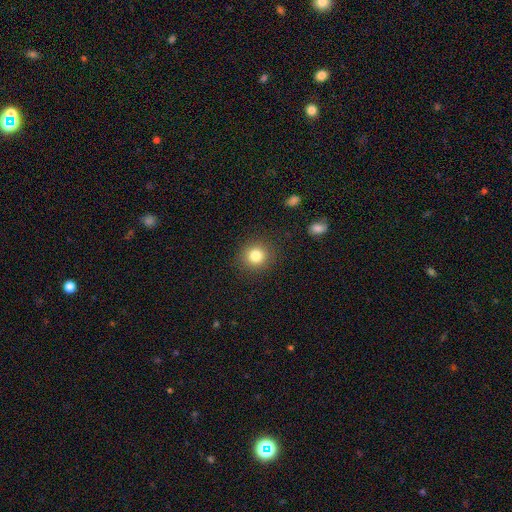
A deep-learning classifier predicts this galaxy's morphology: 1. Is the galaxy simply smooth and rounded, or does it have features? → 82% smooth, 11% star or artifact, 7% featured or disk.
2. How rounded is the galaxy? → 89% round, 10% in between, 1% cigar-shaped.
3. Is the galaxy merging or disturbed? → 89% none, 7% minor disturbance, 3% major disturbance, 1% merger.